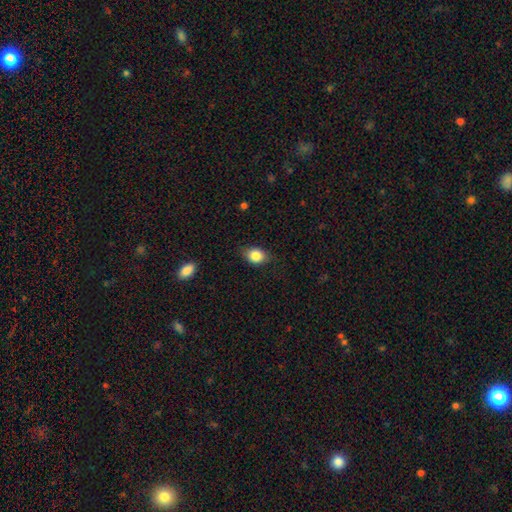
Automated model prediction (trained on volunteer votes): A smooth galaxy with no disk features (84%) that is in between round and cigar-shaped (62%).

Vote fractions:
- Smooth or featured? smooth: 84% / star or artifact: 9% / featured or disk: 7%
- How rounded? in between: 62% / round: 37% / cigar-shaped: 1%
- Merging? none: 78% / minor disturbance: 17% / major disturbance: 4% / merger: 1%